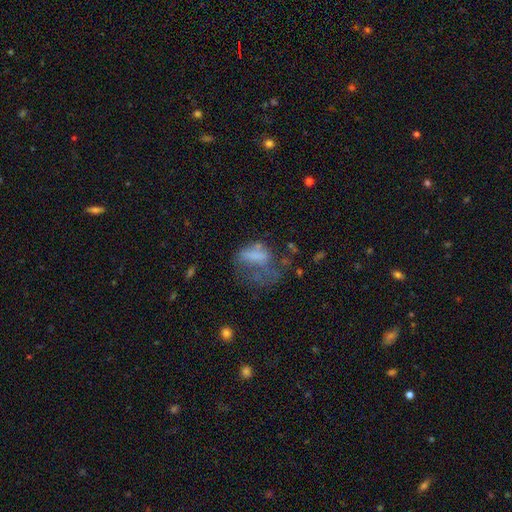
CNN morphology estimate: smooth-or-featured: smooth: 53% | featured or disk: 32% | star or artifact: 15%
  how-rounded: in between: 77% | round: 17% | cigar-shaped: 6%
  merging: major disturbance: 56% | none: 19% | minor disturbance: 18% | merger: 8%